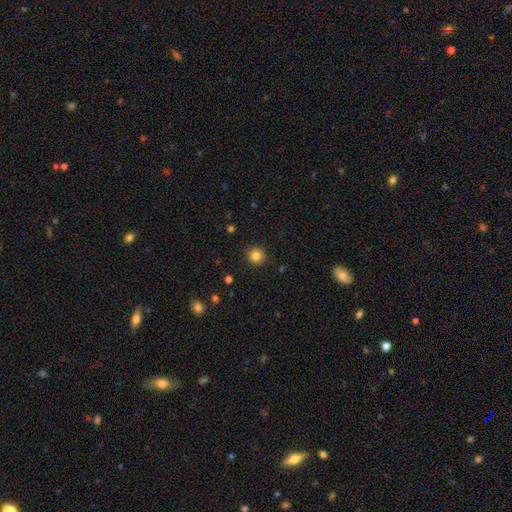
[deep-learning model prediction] Morphology: type=smooth (84%); roundness=round (95%); merging=none (92%).